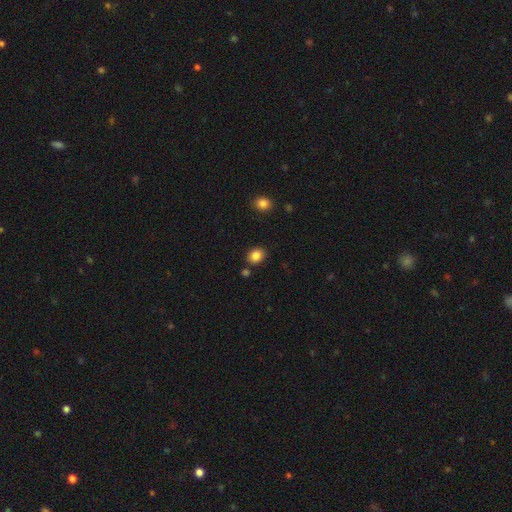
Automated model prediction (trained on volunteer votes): Smooth or featured: smooth — 86% (star or artifact — 10%)
How rounded: round — 51% (in between — 48%)
Merging: none — 82% (minor disturbance — 10%)